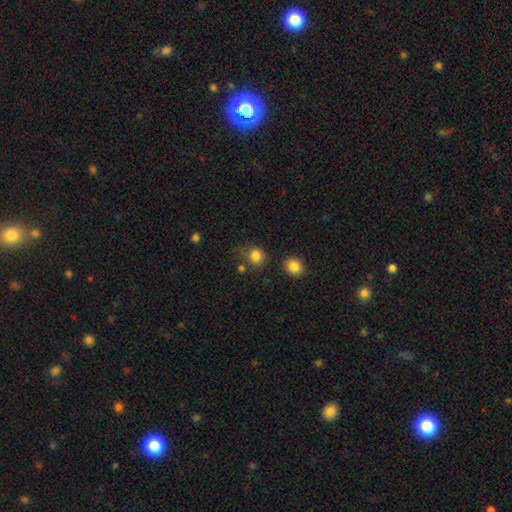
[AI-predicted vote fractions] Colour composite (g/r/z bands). It shows a smooth galaxy with no disk features (82%) that is round (76%). Merging: none (63%).